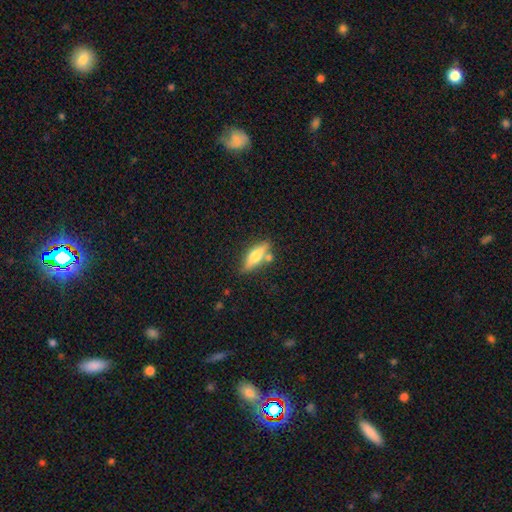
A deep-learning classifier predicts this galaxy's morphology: smooth 52%, featured or disk 41%, star or artifact 7%. Down the decision tree: how rounded — cigar-shaped (50%); merging — none (69%).